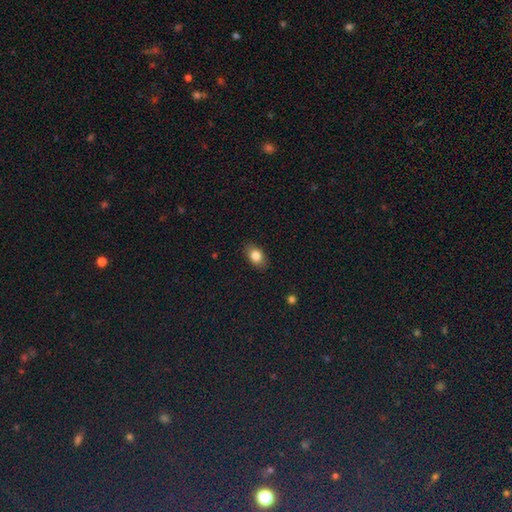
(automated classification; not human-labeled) A smooth galaxy with no disk features (82%) that is in between round and cigar-shaped (83%). Merging: none (86%).